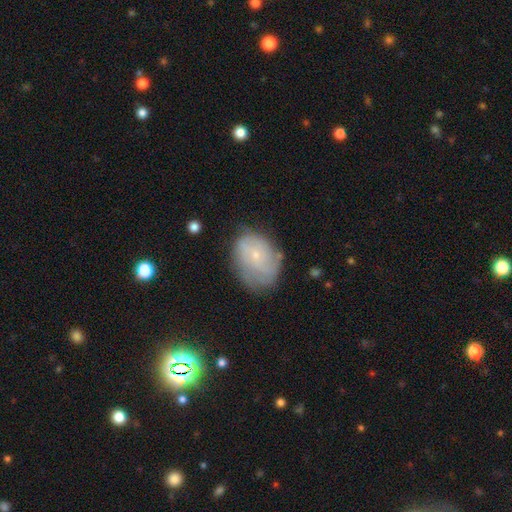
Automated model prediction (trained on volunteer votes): smooth_or_featured: featured or disk (p=0.50) [alt: smooth p=0.40]
disk_edge_on: no (p=0.96) [alt: yes p=0.04]
merging: none (p=0.56) [alt: minor disturbance p=0.29]